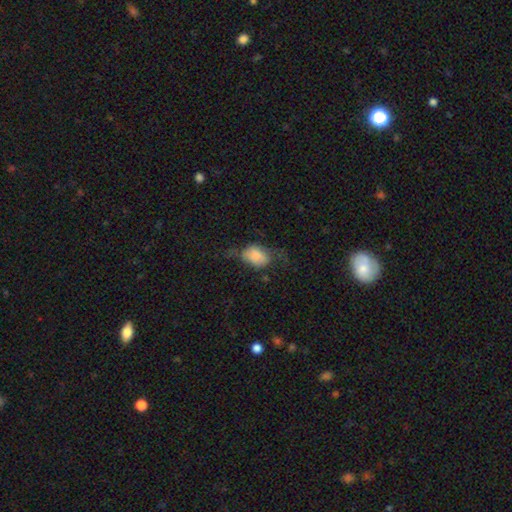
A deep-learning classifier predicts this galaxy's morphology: Overall: smooth (70%). How rounded: in between (79%). Merging: none (34%; major disturbance 33%).